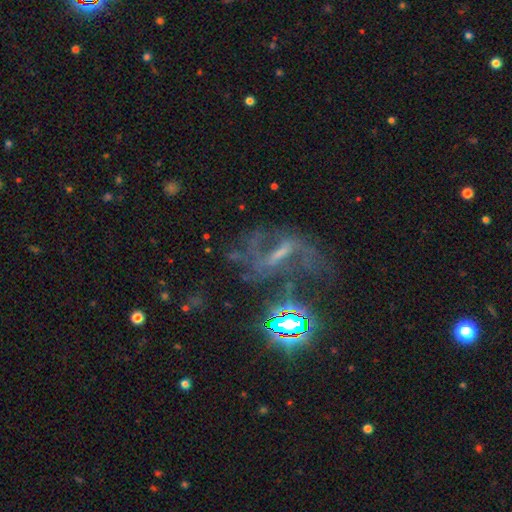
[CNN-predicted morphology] A featured or disk galaxy (58%) with a strong bar (41%), spiral arms (72%) and a small central bulge (45%). Merging: none (45%).